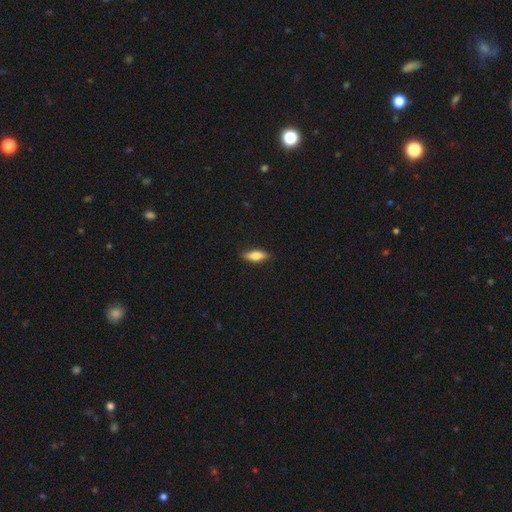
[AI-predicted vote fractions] Morphology: type=smooth (75%); roundness=in between (68%); merging=none (87%).